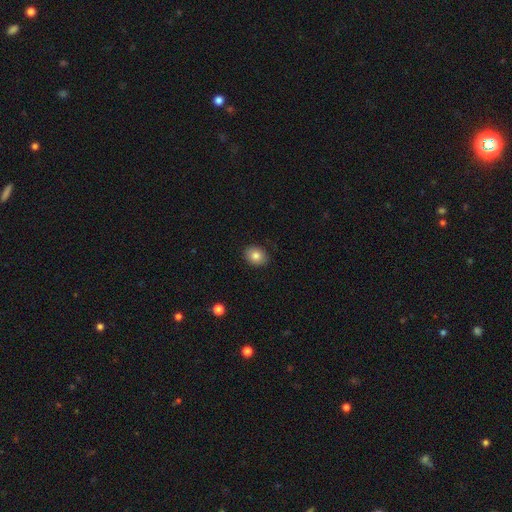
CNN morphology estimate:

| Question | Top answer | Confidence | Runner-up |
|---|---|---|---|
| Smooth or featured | smooth | 83% | star or artifact (9%) |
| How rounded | in between | 52% | round (47%) |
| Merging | none | 89% | minor disturbance (8%) |